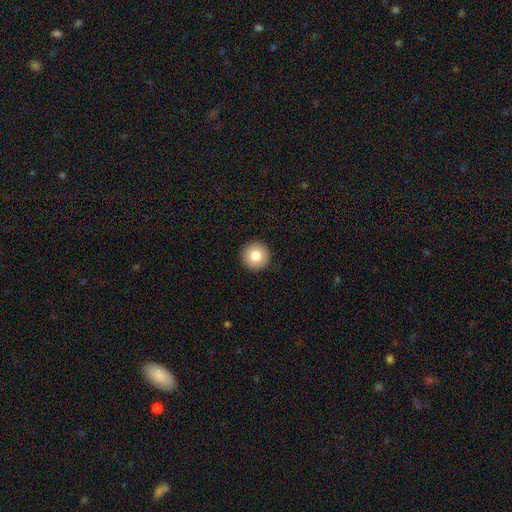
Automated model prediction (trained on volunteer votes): Smooth or featured?
  - smooth: 81% *
  - featured or disk: 10%
  - star or artifact: 9%
How rounded?
  - round: 96% *
  - in between: 3%
  - cigar-shaped: 1%
Merging?
  - none: 93% *
  - minor disturbance: 4%
  - major disturbance: 1%
  - merger: 1%